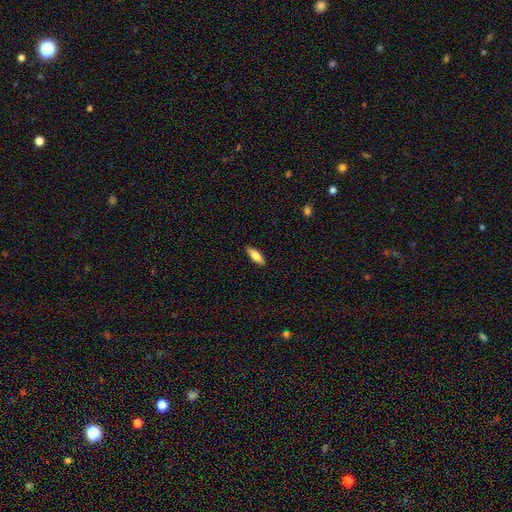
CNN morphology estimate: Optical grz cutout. It shows a smooth galaxy with no disk features (71%) that is in between round and cigar-shaped (59%). Merging: none (88%).